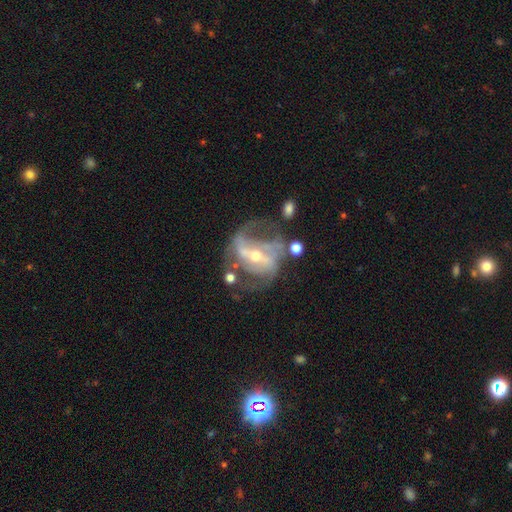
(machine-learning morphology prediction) smooth-or-featured: featured or disk: 86% | star or artifact: 8% | smooth: 7%
  disk-edge-on: no: 96% | yes: 4%
    bar: strong: 52% | weak: 30% | no: 17%
    has-spiral-arms: yes: 89% | no: 11%
      spiral-winding: medium: 46% | loose: 36% | tight: 18%
      spiral-arm-count: 2: 58% | can't tell: 16% | 3: 15% | 1: 5% | 4: 4% | more than 4: 3%
    bulge-size: small: 53% | moderate: 42% | large: 2% | none: 1% | dominant: 1%
  merging: none: 45% | major disturbance: 26% | minor disturbance: 19% | merger: 9%